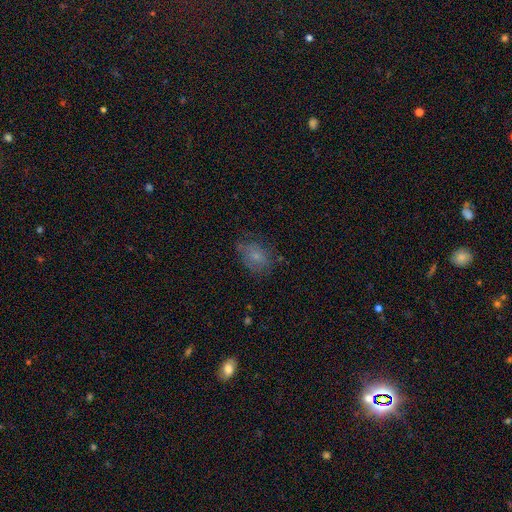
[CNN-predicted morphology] Overall: smooth (64%; featured or disk 24%). How rounded: in between (65%; round 34%). Merging: none (61%; minor disturbance 26%).